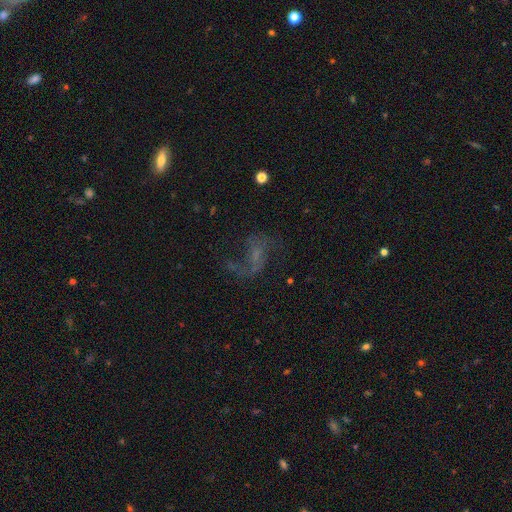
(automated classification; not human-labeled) Smooth or featured? Predicted: featured or disk (p=0.65). Edge-on disk? Predicted: no (p=0.97). Bar? Predicted: no (p=0.56). Spiral arms? Predicted: yes (p=0.78). Bulge size? Predicted: none (p=0.52). Merging? Predicted: none (p=0.49).